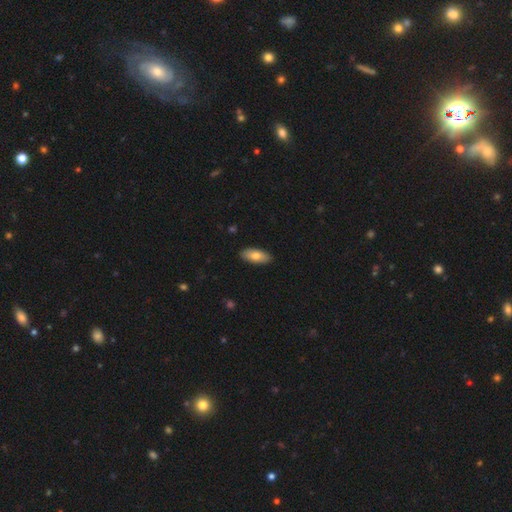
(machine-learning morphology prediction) Smooth or featured? Predicted: smooth (p=0.77). How rounded? Predicted: in between (p=0.87). Merging? Predicted: none (p=0.90).